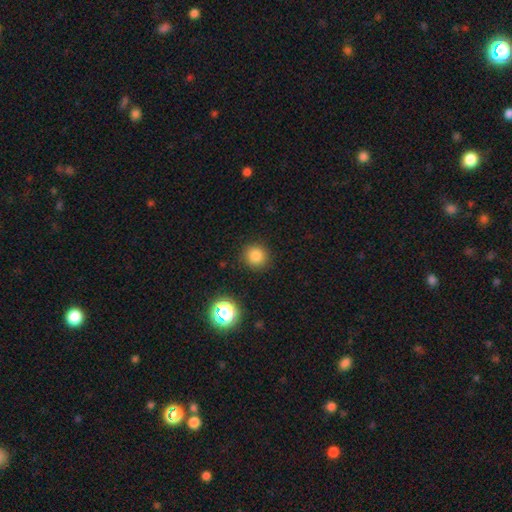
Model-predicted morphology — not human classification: A smooth galaxy with no disk features (81%) that is round (92%). Merging: none (89%).